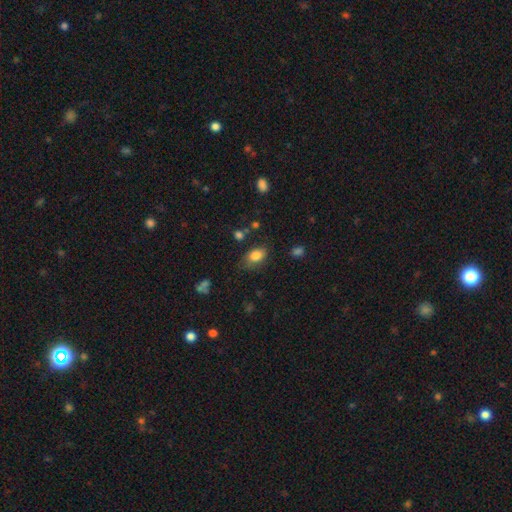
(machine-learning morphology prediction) smooth_or_featured: smooth (p=0.83) [alt: star or artifact p=0.09]
how_rounded: in between (p=0.87) [alt: round p=0.12]
merging: none (p=0.70) [alt: minor disturbance p=0.20]